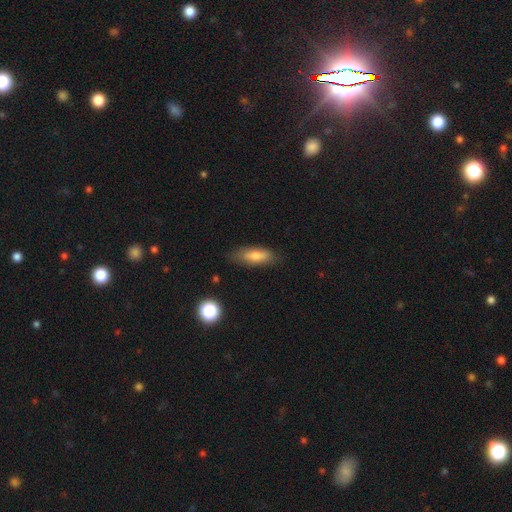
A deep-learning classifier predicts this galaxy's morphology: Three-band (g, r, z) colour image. It shows a smooth galaxy with no disk features (71%) that is in between round and cigar-shaped (61%). Merging: none (78%).